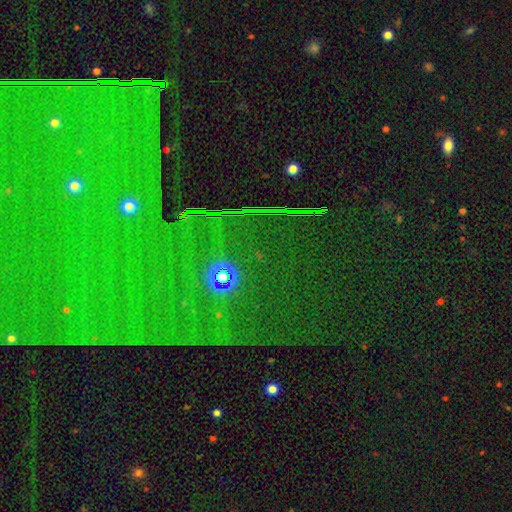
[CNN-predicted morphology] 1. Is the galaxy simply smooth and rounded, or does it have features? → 83% star or artifact, 9% featured or disk, 8% smooth.